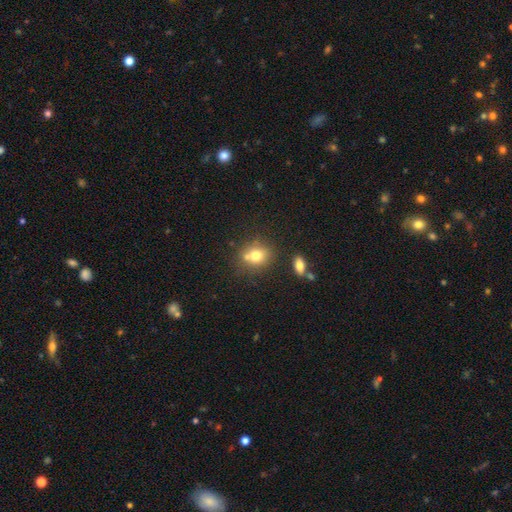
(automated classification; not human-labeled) The model was most divided on "how rounded": round: 68%, in between: 31%, cigar-shaped: 1%. More confident: smooth or featured — smooth (73%); merging — none (60%).